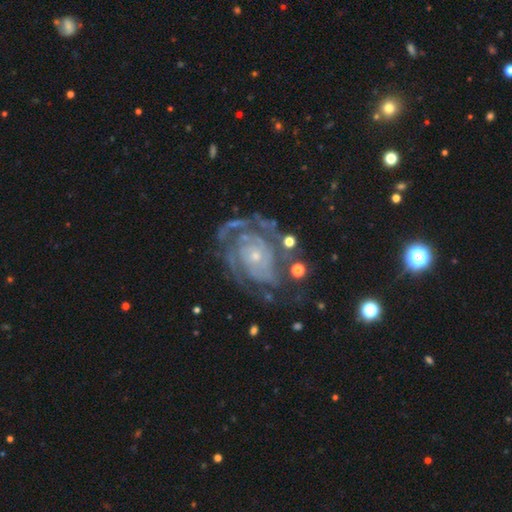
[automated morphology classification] featured or disk 88%, star or artifact 6%, smooth 6%. Down the decision tree: edge-on disk — no (97%); bar — no (79%); spiral arms — yes (95%); spiral arm count — 2 (28%); spiral winding — tight (71%); bulge size — small (80%); merging — none (62%).